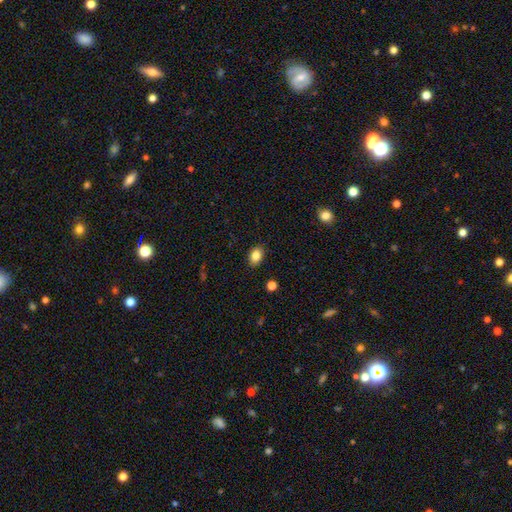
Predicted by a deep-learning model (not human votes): Smooth or featured: smooth — 85% (star or artifact — 9%)
How rounded: in between — 79% (round — 20%)
Merging: none — 87% (minor disturbance — 9%)